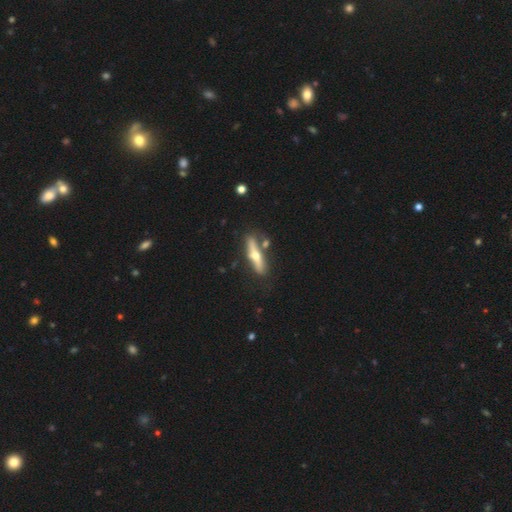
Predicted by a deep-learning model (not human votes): This appears to be a featured or disk galaxy (62%) viewed edge-on (89%) with a rounded central bulge (93%). Merging: none (73%).